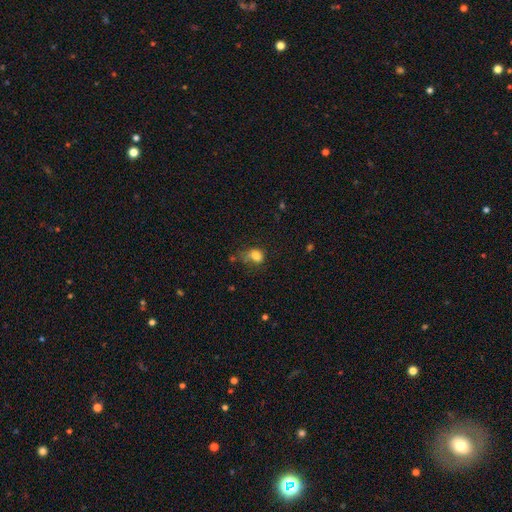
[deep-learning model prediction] Q: Smooth or featured?
A: smooth (76%); runner-up: featured or disk (12%)
Q: How rounded?
A: in between (58%); runner-up: round (41%)
Q: Merging?
A: none (35%); runner-up: minor disturbance (29%)